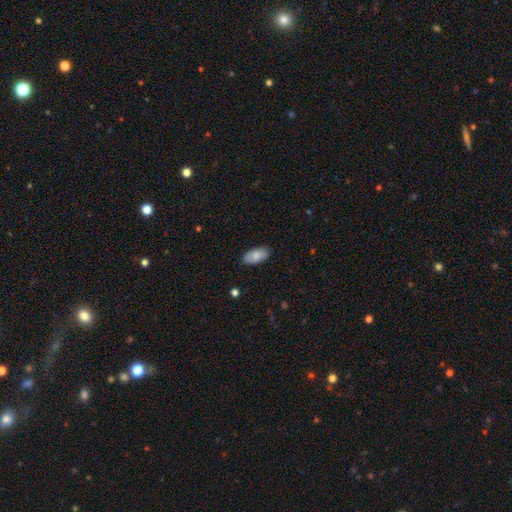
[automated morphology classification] Q: Smooth or featured?
A: smooth (82%); runner-up: featured or disk (12%)
Q: How rounded?
A: in between (94%); runner-up: cigar-shaped (4%)
Q: Merging?
A: none (87%); runner-up: minor disturbance (10%)